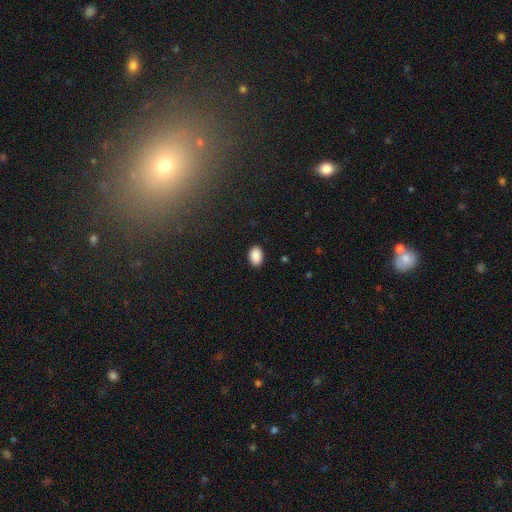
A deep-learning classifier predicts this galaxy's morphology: Smooth or featured: smooth — 90% (star or artifact — 7%)
How rounded: in between — 85% (round — 14%)
Merging: none — 88% (minor disturbance — 9%)